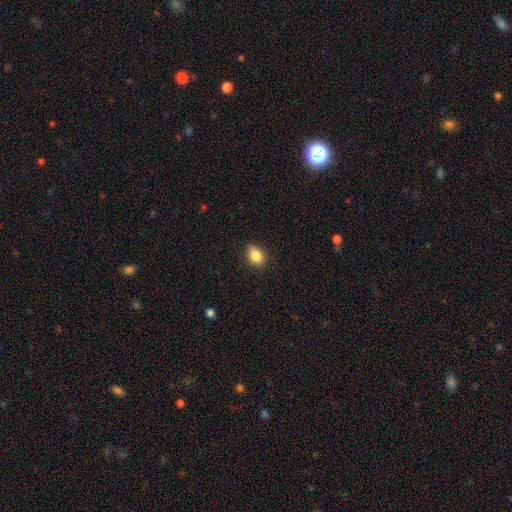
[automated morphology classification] Smooth or featured? Predicted: smooth (p=0.86). How rounded? Predicted: in between (p=0.72). Merging? Predicted: none (p=0.85).